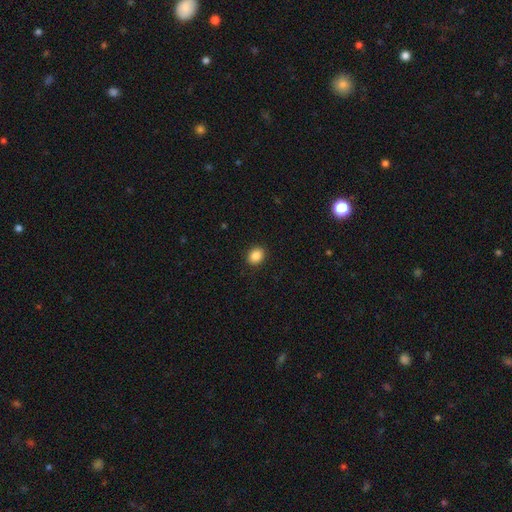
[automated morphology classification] This is clearly a smooth galaxy (87%). How rounded: possibly round (51%). Merging: clearly none (91%).